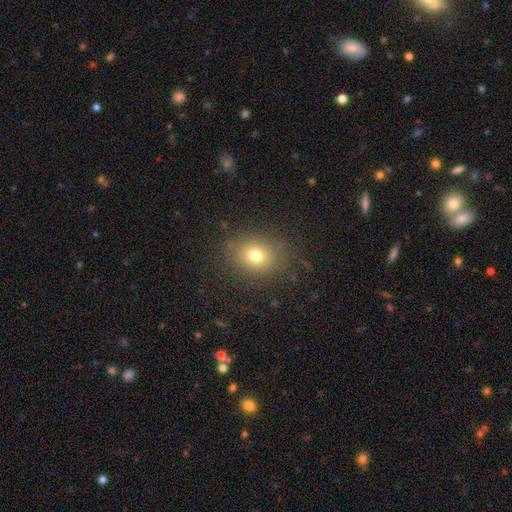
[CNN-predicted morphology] The model was most divided on "how rounded": round: 60%, in between: 39%, cigar-shaped: 1%. More confident: merging — none (84%); smooth or featured — smooth (75%).